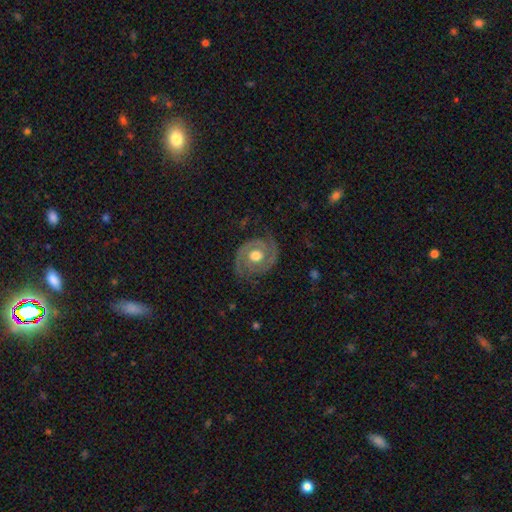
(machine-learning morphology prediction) smooth_or_featured: featured or disk (p=0.87) [alt: smooth p=0.08]
disk_edge_on: no (p=0.98) [alt: yes p=0.02]
bar: no (p=0.75) [alt: weak p=0.20]
has_spiral_arms: yes (p=0.95) [alt: no p=0.05]
spiral_winding: tight (p=0.55) [alt: medium p=0.37]
spiral_arm_count: 2 (p=0.89) [alt: can't tell p=0.04]
bulge_size: moderate (p=0.74) [alt: large p=0.19]
merging: none (p=0.78) [alt: minor disturbance p=0.15]